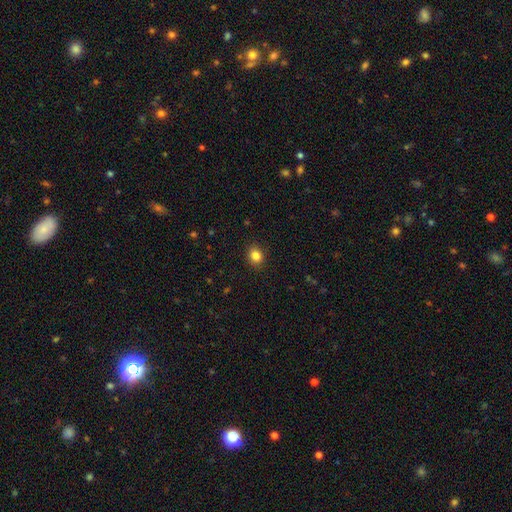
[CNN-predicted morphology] Q: Smooth or featured?
A: smooth (84%); runner-up: star or artifact (11%)
Q: How rounded?
A: round (66%); runner-up: in between (33%)
Q: Merging?
A: none (90%); runner-up: minor disturbance (7%)